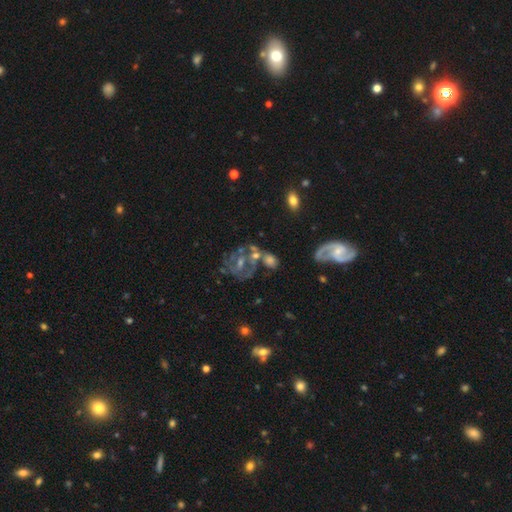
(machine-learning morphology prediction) Q: Smooth or featured?
A: featured or disk (70%); runner-up: smooth (17%)
Q: Edge-on disk?
A: no (96%); runner-up: yes (4%)
Q: Bar?
A: no (51%); runner-up: weak (37%)
Q: Spiral arms?
A: yes (70%); runner-up: no (30%)
Q: Bulge size?
A: small (52%); runner-up: moderate (32%)
Q: Merging?
A: none (45%); runner-up: merger (21%)